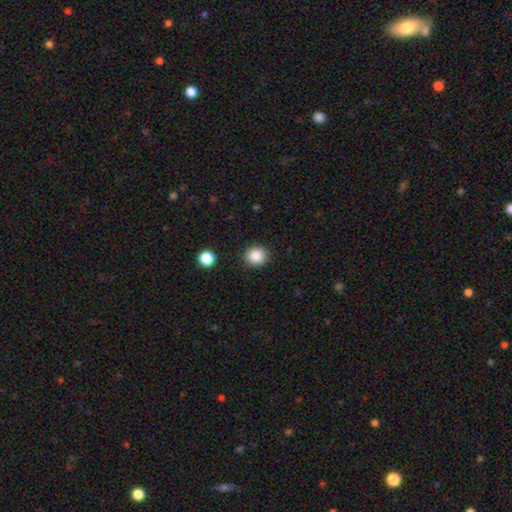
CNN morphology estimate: This appears to be a smooth galaxy with no disk features (86%) that is round (80%). Merging: none (89%).